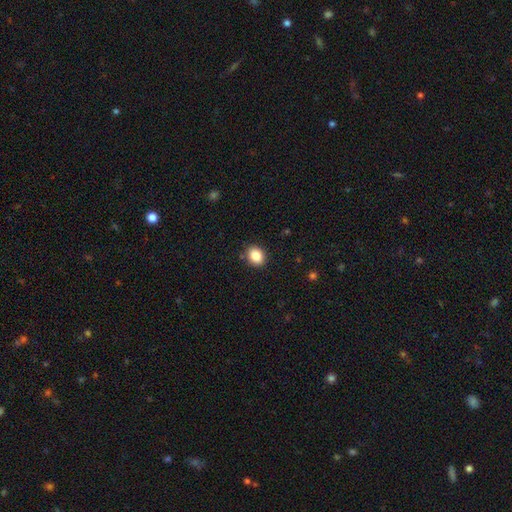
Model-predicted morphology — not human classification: A smooth galaxy with no disk features (85%) that is round (53%). Merging: none (88%).